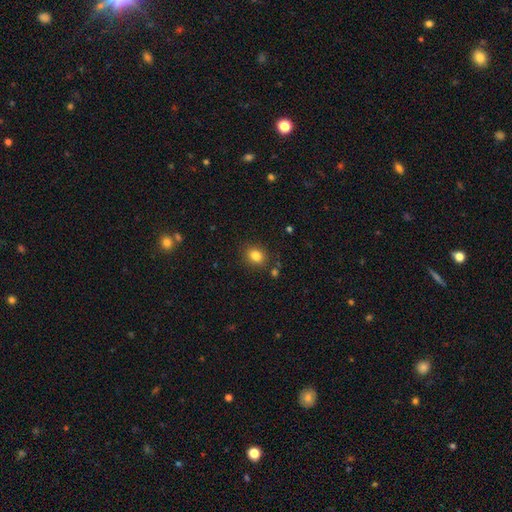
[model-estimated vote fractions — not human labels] The model was most divided on "how rounded": round: 63%, in between: 36%, cigar-shaped: 1%. More confident: merging — none (85%); smooth or featured — smooth (82%).